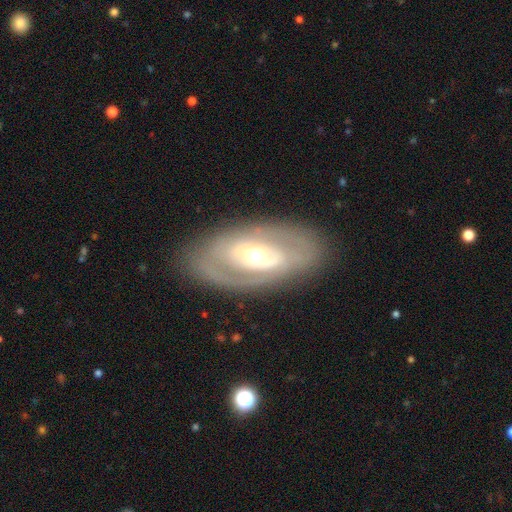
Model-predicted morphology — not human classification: This appears to be a featured or disk galaxy (72%) with no bar (58%), no spiral arms (56%) and a moderate central bulge (63%). Merging: none (81%).